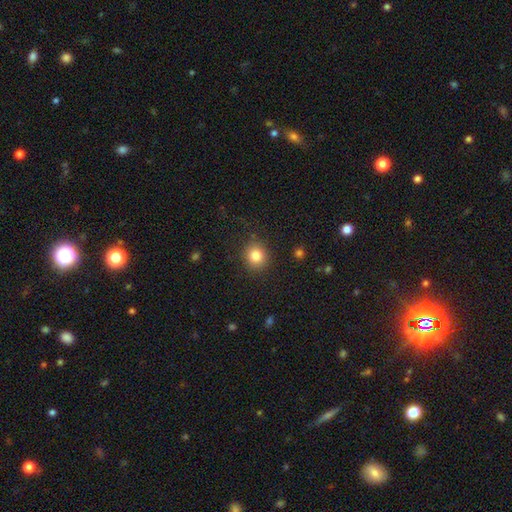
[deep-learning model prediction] This is clearly a smooth galaxy (83%). How rounded: clearly round (84%). Merging: clearly none (88%).